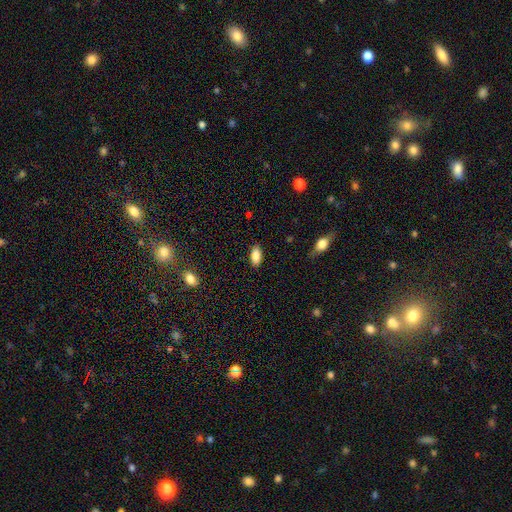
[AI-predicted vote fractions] Smooth or featured? Predicted: smooth (p=0.86). How rounded? Predicted: in between (p=0.90). Merging? Predicted: none (p=0.87).